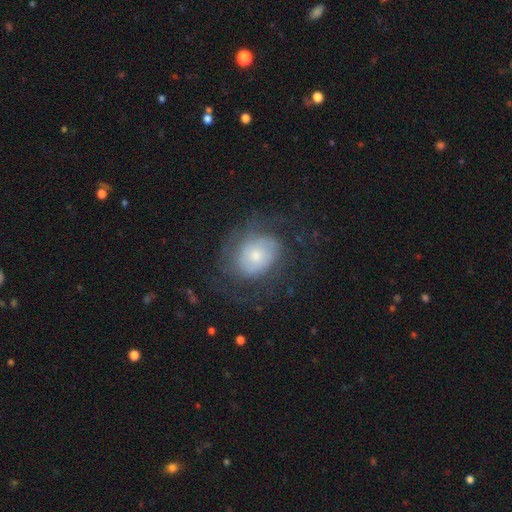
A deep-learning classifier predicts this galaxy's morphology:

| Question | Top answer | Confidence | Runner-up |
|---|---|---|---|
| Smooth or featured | featured or disk | 55% | smooth (36%) |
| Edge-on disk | no | 96% | yes (4%) |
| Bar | no | 80% | weak (17%) |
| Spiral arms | yes | 73% | no (27%) |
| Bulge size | small | 51% | moderate (38%) |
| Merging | none | 57% | major disturbance (22%) |